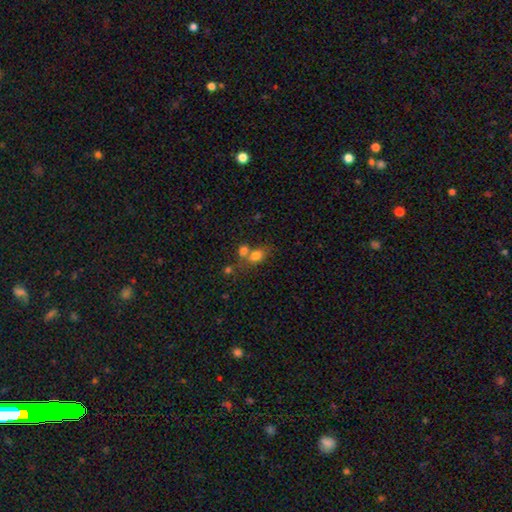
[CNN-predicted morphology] smooth 77%, star or artifact 12%, featured or disk 11%. Down the decision tree: how rounded — in between (66%); merging — merger (44%).